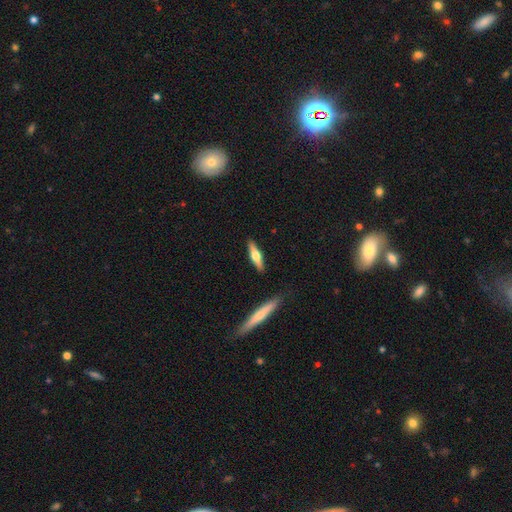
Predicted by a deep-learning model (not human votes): Smooth or featured: featured or disk — 55% (smooth — 40%)
Edge-on disk: yes — 95% (no — 5%)
Edge-on bulge: rounded — 91% (boxy — 5%)
Merging: none — 88% (minor disturbance — 8%)